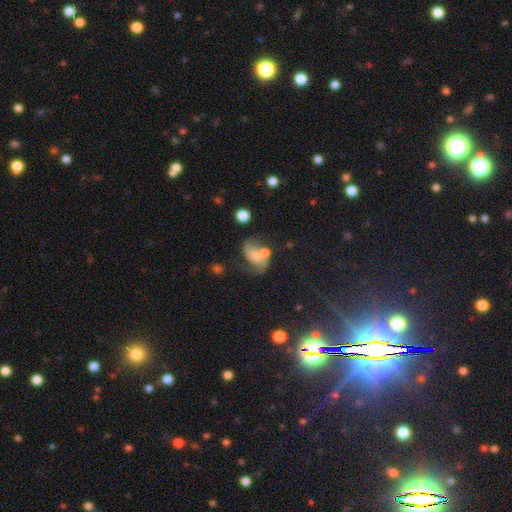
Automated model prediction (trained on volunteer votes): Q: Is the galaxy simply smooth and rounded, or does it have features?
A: featured or disk — 56%.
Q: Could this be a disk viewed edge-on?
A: no — 97%.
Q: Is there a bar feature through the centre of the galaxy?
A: no — 64%.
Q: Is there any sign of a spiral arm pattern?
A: yes — 84%.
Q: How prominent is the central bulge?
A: small — 40%.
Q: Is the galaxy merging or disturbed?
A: none — 37%.